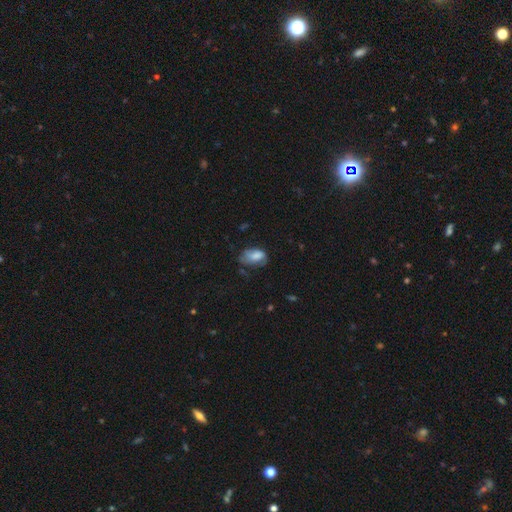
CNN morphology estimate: Smooth or featured?
  - smooth: 72% *
  - featured or disk: 19%
  - star or artifact: 9%
How rounded?
  - in between: 89% *
  - round: 9%
  - cigar-shaped: 2%
Merging?
  - none: 39% *
  - minor disturbance: 37%
  - major disturbance: 22%
  - merger: 3%